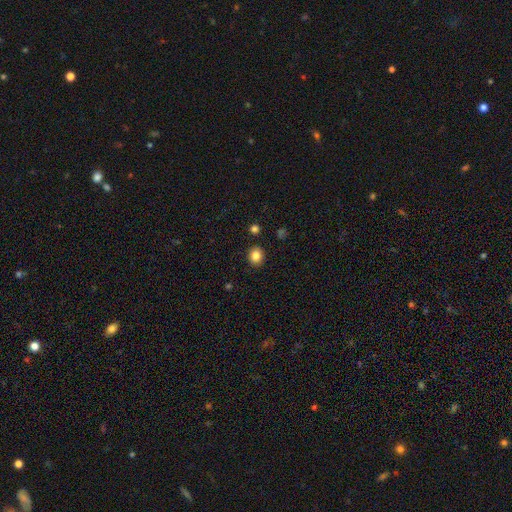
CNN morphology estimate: A smooth galaxy with no disk features (84%) that is round (62%).

Vote fractions:
- Smooth or featured? smooth: 84% / star or artifact: 10% / featured or disk: 5%
- How rounded? round: 62% / in between: 37% / cigar-shaped: 1%
- Merging? none: 89% / minor disturbance: 7% / merger: 2% / major disturbance: 2%